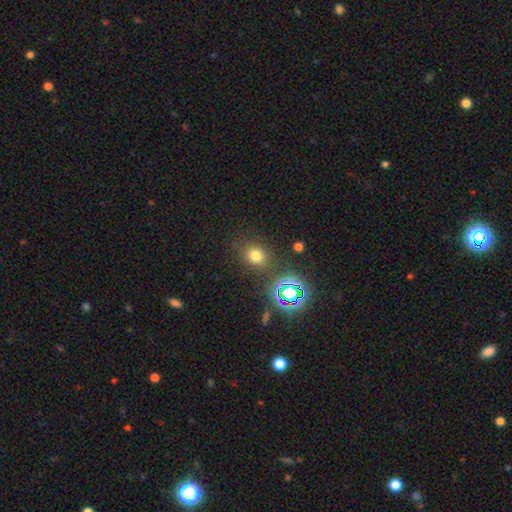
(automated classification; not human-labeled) Smooth or featured?
  - smooth: 68% *
  - star or artifact: 24%
  - featured or disk: 8%
How rounded?
  - round: 62% *
  - in between: 37%
  - cigar-shaped: 1%
Merging?
  - none: 82% *
  - minor disturbance: 10%
  - merger: 4%
  - major disturbance: 4%